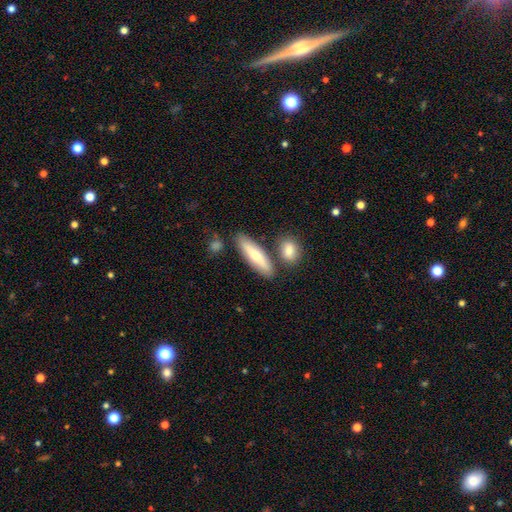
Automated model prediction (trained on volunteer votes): Smooth or featured: smooth — 63% (featured or disk — 31%)
How rounded: cigar-shaped — 65% (in between — 33%)
Merging: none — 77% (minor disturbance — 11%)